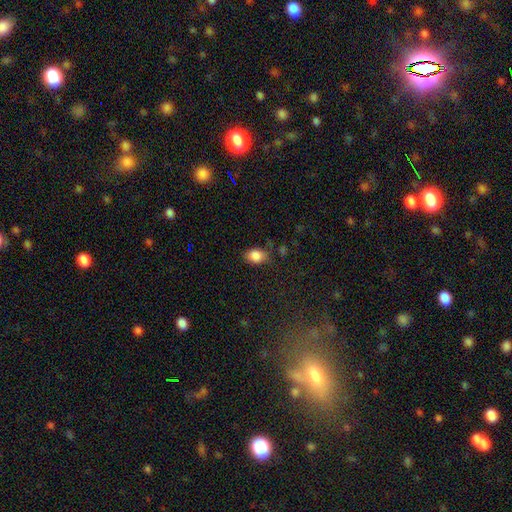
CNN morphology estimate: Smooth or featured? smooth (86%)
How rounded? in between (77%)
Merging? none (71%)